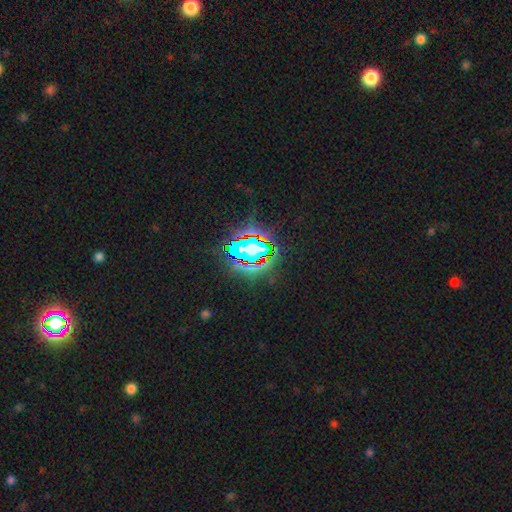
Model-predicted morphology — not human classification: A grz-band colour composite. It shows a star or artifact, not a galaxy (82%).